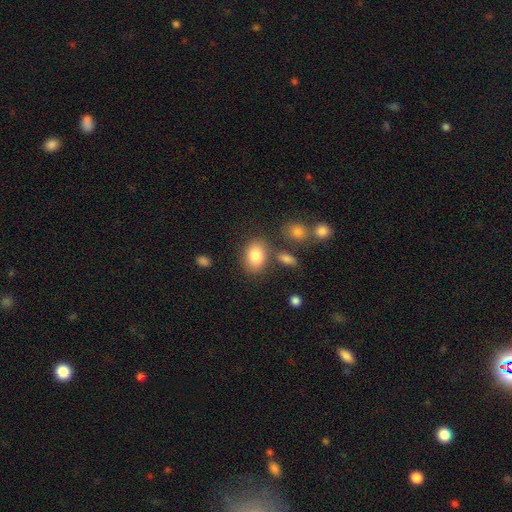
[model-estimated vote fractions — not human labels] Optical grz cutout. It shows a smooth galaxy with no disk features (83%) that is in between round and cigar-shaped (75%). Merging: none (72%).